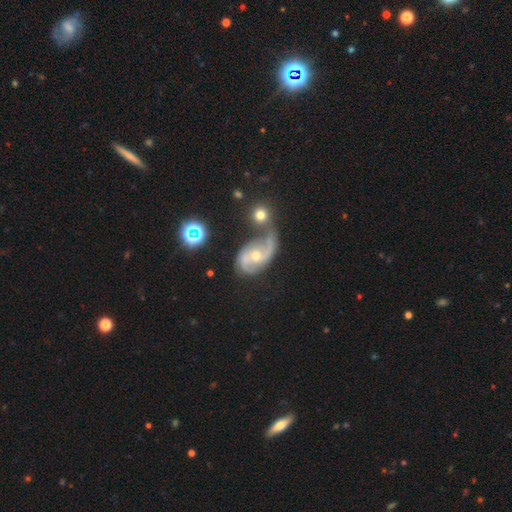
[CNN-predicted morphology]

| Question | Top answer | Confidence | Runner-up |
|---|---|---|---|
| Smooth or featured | featured or disk | 81% | smooth (10%) |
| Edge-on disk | no | 97% | yes (3%) |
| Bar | no | 55% | weak (35%) |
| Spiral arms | yes | 94% | no (6%) |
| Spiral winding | loose | 44% | medium (42%) |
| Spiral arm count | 2 | 79% | 1 (10%) |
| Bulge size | moderate | 53% | small (42%) |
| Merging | none | 34% | merger (28%) |